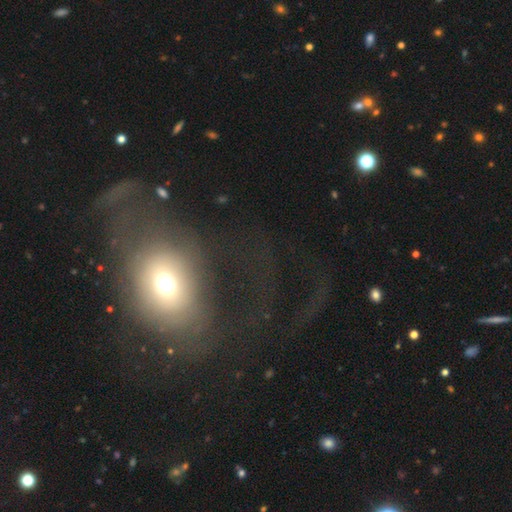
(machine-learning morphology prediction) smooth 49%, featured or disk 29%, star or artifact 22%. Down the decision tree: merging — major disturbance (43%).